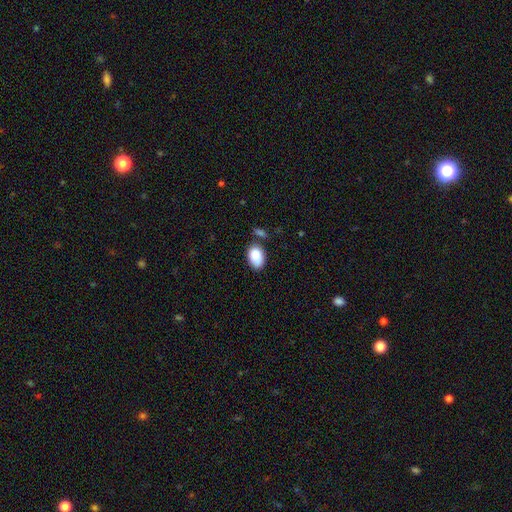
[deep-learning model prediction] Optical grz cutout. It shows a smooth galaxy with no disk features (87%) that is in between round and cigar-shaped (88%). Merging: none (64%).